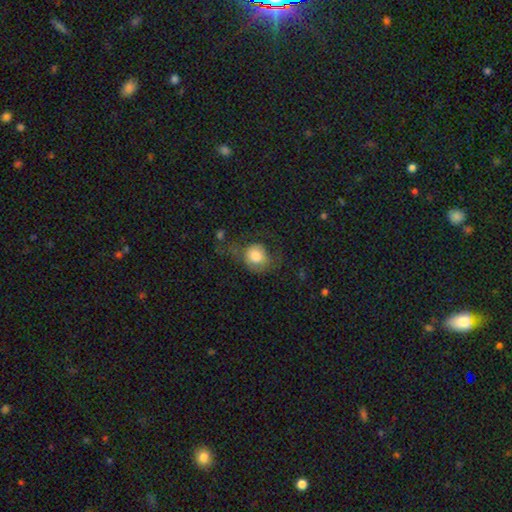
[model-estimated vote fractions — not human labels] A smooth galaxy with no disk features (76%) that is round (78%).

Vote fractions:
- Smooth or featured? smooth: 76% / featured or disk: 16% / star or artifact: 8%
- How rounded? round: 78% / in between: 21% / cigar-shaped: 1%
- Merging? none: 40% / major disturbance: 35% / minor disturbance: 23% / merger: 3%